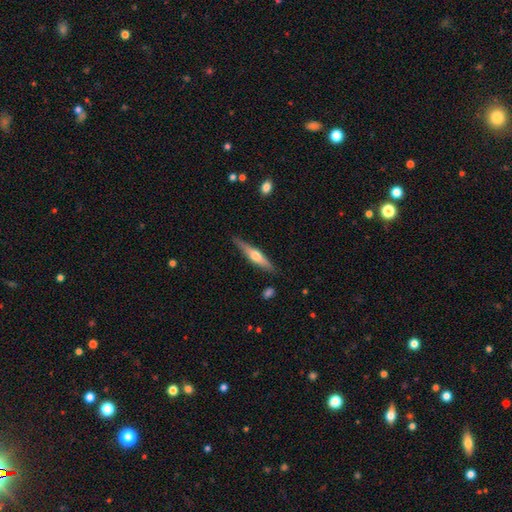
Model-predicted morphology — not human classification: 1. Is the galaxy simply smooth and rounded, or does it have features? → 60% featured or disk, 34% smooth, 5% star or artifact.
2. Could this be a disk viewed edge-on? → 96% yes, 4% no.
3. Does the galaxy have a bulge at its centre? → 91% rounded, 5% boxy, 4% none.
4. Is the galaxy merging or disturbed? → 86% none, 10% minor disturbance, 2% major disturbance, 2% merger.